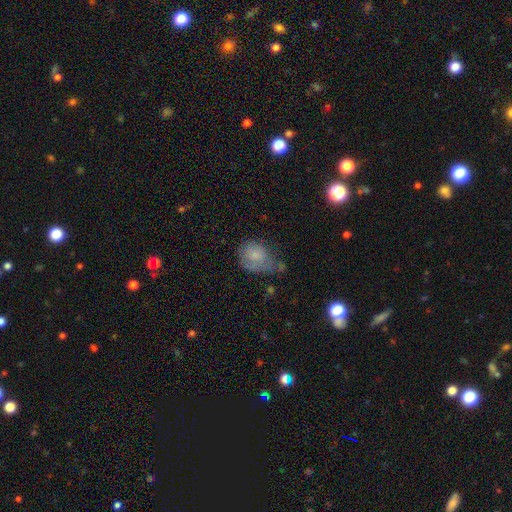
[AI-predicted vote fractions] Smooth or featured? Predicted: smooth (p=0.70). How rounded? Predicted: in between (p=0.54). Merging? Predicted: minor disturbance (p=0.36).